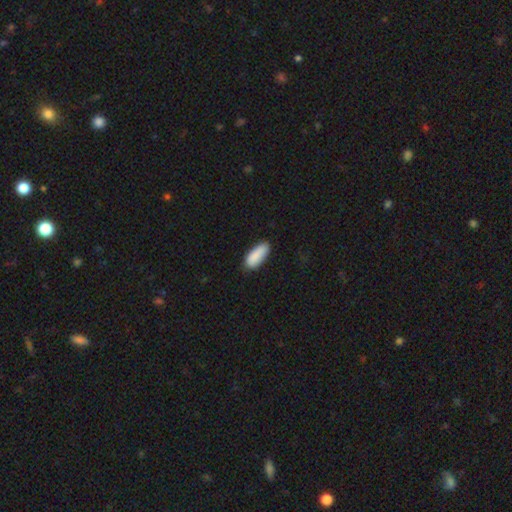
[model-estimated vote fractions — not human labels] The model was most divided on "how rounded": in between: 79%, cigar-shaped: 19%, round: 2%. More confident: smooth or featured — smooth (89%); merging — none (78%).